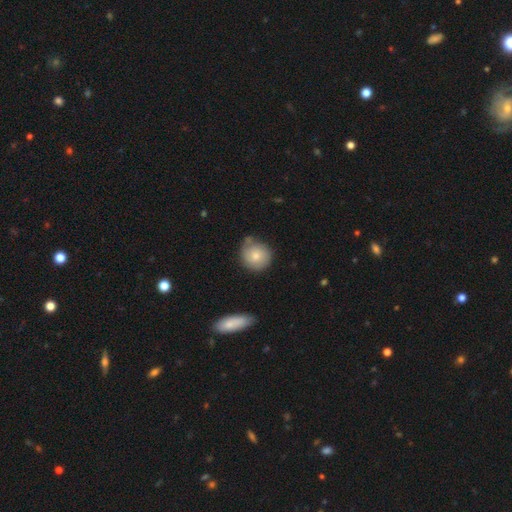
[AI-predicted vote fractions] Morphology: type=smooth (70%); roundness=round (89%); merging=none (64%).